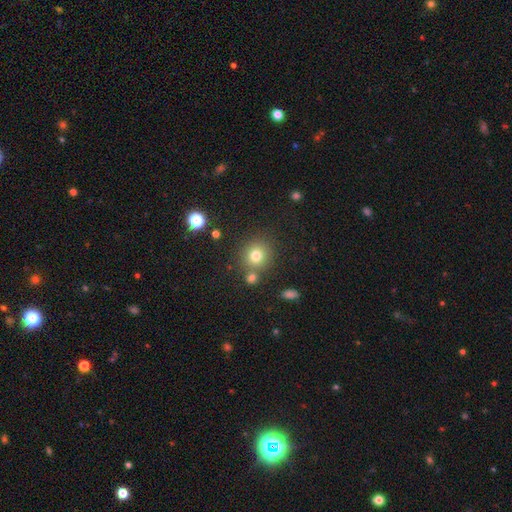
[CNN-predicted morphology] Smooth or featured? smooth (77%)
How rounded? round (89%)
Merging? none (75%)